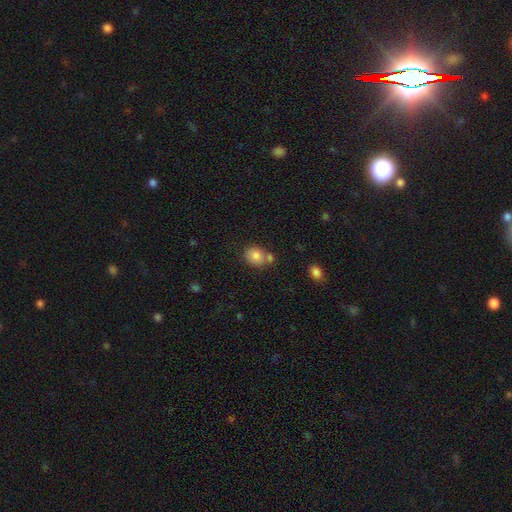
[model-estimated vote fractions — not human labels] smooth-or-featured: smooth: 82% | star or artifact: 9% | featured or disk: 9%
  how-rounded: round: 52% | in between: 47% | cigar-shaped: 1%
  merging: none: 56% | merger: 28% | minor disturbance: 13% | major disturbance: 4%